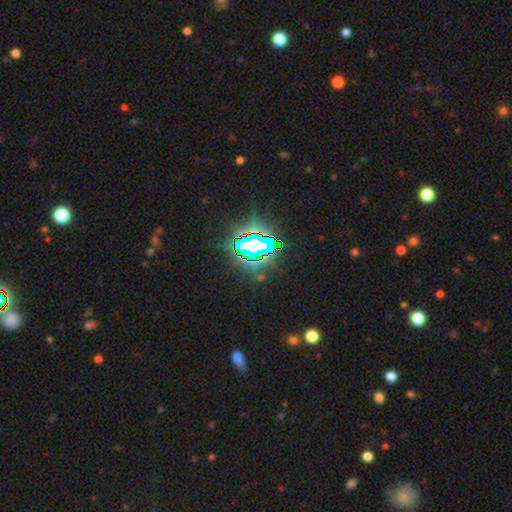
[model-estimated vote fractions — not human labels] Smooth or featured?
  - star or artifact: 83% *
  - smooth: 10%
  - featured or disk: 7%